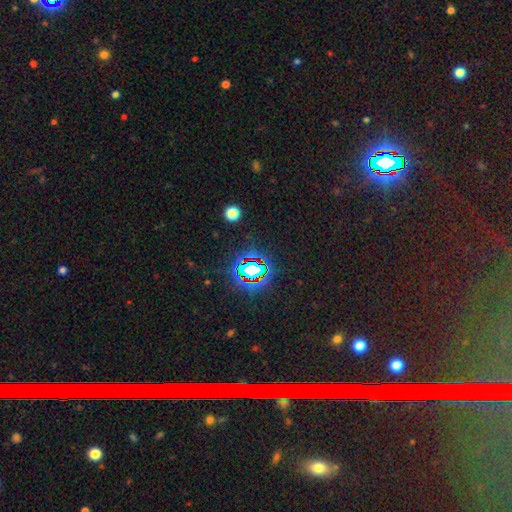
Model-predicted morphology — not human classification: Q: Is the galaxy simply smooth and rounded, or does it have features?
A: star or artifact — 81%.